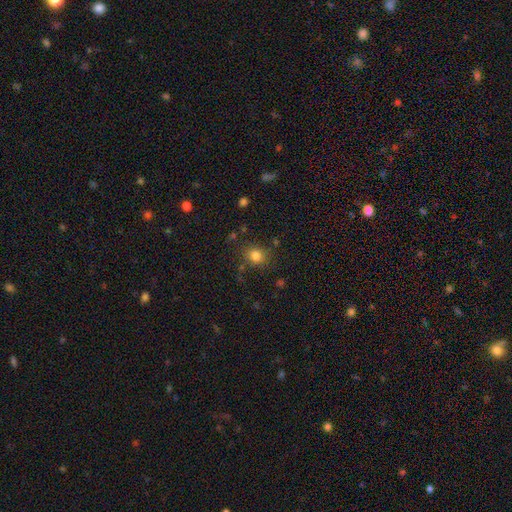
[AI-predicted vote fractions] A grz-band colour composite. It shows a smooth galaxy with no disk features (81%) that is round (71%). Merging: none (79%).